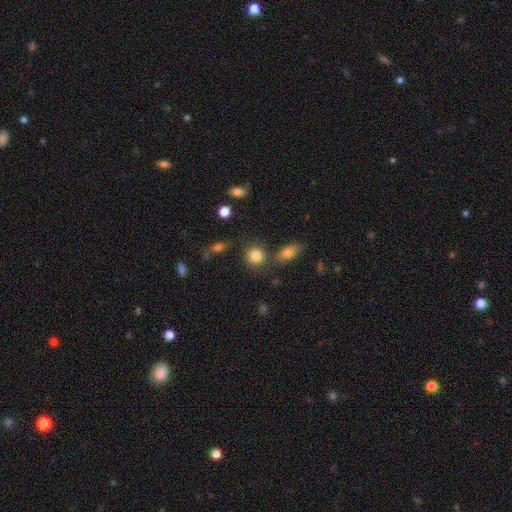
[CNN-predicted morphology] A smooth galaxy with no disk features (84%) that is round (84%).

Vote fractions:
- Smooth or featured? smooth: 84% / star or artifact: 10% / featured or disk: 6%
- How rounded? round: 84% / in between: 15% / cigar-shaped: 1%
- Merging? none: 74% / minor disturbance: 11% / merger: 11% / major disturbance: 4%